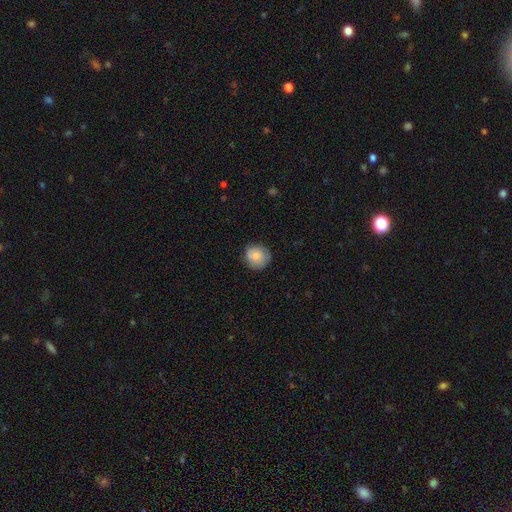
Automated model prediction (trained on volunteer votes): Smooth or featured?
  - smooth: 73% *
  - featured or disk: 19%
  - star or artifact: 8%
How rounded?
  - round: 90% *
  - in between: 9%
  - cigar-shaped: 1%
Merging?
  - none: 77% *
  - minor disturbance: 18%
  - major disturbance: 3%
  - merger: 2%